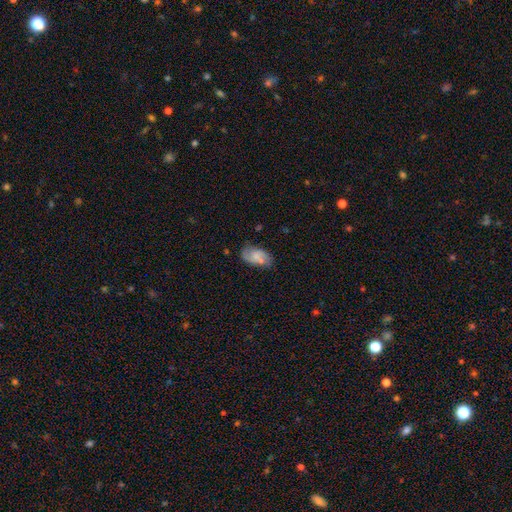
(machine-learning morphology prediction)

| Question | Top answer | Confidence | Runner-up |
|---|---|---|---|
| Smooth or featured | featured or disk | 57% | smooth (35%) |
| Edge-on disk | no | 96% | yes (4%) |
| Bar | no | 51% | weak (40%) |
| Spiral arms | yes | 88% | no (12%) |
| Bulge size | small | 39% | none (35%) |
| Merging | none | 62% | minor disturbance (24%) |